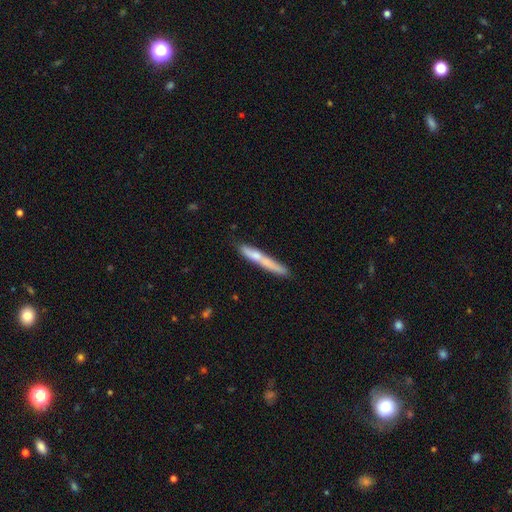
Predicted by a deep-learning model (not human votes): A smooth galaxy with no disk features (51%) that is cigar-shaped (96%). Merging: none (79%).